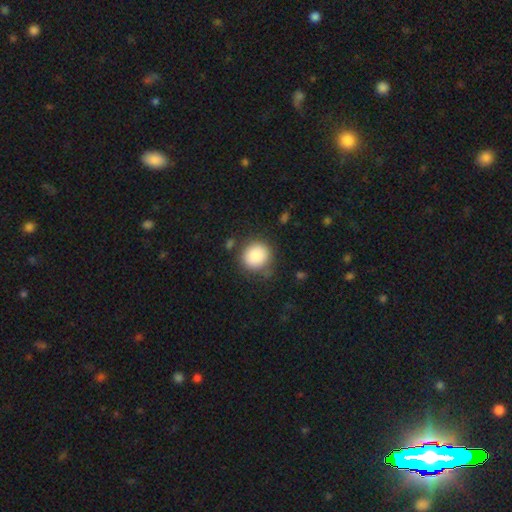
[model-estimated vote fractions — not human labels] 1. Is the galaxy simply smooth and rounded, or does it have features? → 87% smooth, 8% star or artifact, 5% featured or disk.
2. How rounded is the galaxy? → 88% round, 11% in between, 1% cigar-shaped.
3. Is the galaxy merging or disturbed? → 77% none, 14% minor disturbance, 5% major disturbance, 3% merger.